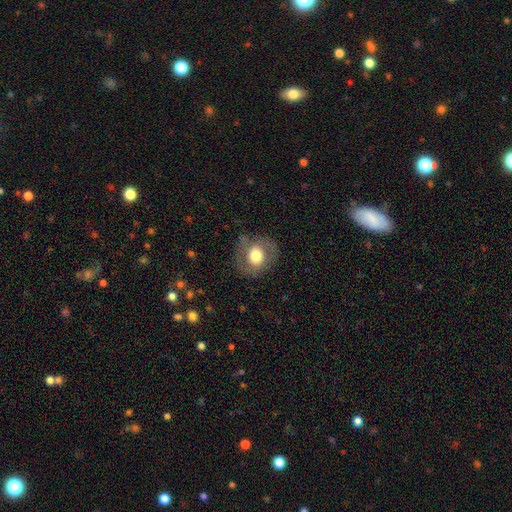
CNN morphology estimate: smooth_or_featured: smooth (p=0.60) [alt: featured or disk p=0.32]
how_rounded: round (p=0.75) [alt: in between p=0.24]
merging: none (p=0.77) [alt: minor disturbance p=0.15]